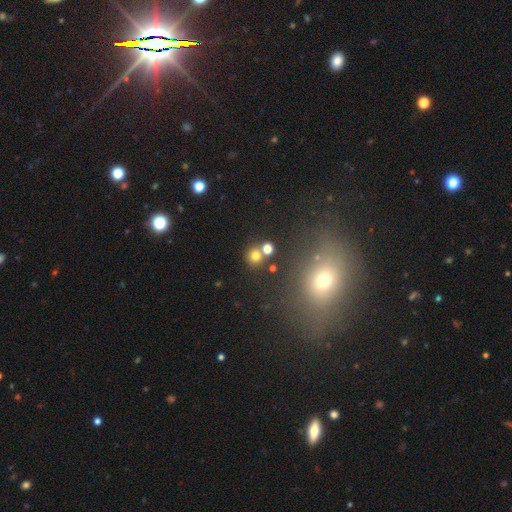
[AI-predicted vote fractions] smooth_or_featured: smooth (p=0.72) [alt: star or artifact p=0.19]
how_rounded: round (p=0.86) [alt: in between p=0.12]
merging: none (p=0.66) [alt: merger p=0.22]